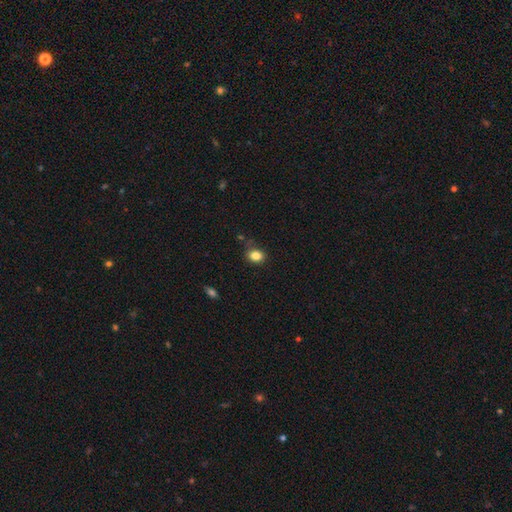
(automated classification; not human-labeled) Q: Smooth or featured?
A: smooth (84%); runner-up: star or artifact (10%)
Q: How rounded?
A: in between (50%); runner-up: round (49%)
Q: Merging?
A: none (73%); runner-up: minor disturbance (19%)